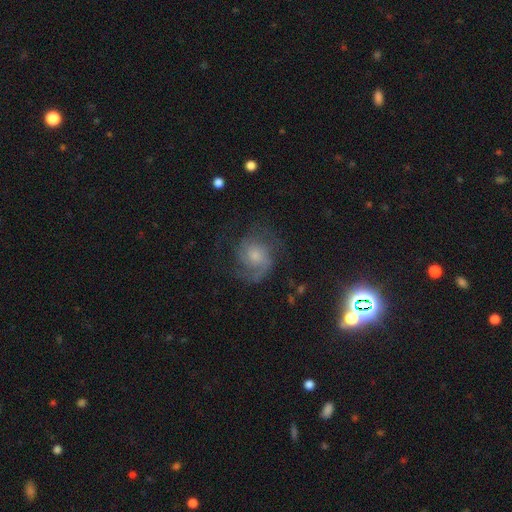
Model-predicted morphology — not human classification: A featured or disk galaxy (71%) with no bar (72%), 2 (43%) medium (45%) spiral arms (92%) and a small central bulge (49%).

Vote fractions:
- Smooth or featured? featured or disk: 71% / smooth: 20% / star or artifact: 9%
- Edge-on disk? no: 98% / yes: 2%
- Bar? no: 72% / weak: 25% / strong: 3%
- Spiral arms? yes: 92% / no: 8%
- Spiral winding? medium: 45% / tight: 34% / loose: 20%
- Spiral arm count? 2: 43% / can't tell: 21% / 3: 17% / 1: 11% / 4: 4% / more than 4: 4%
- Bulge size? small: 49% / moderate: 36% / none: 7% / large: 6% / dominant: 2%
- Merging? none: 63% / minor disturbance: 18% / major disturbance: 18% / merger: 2%